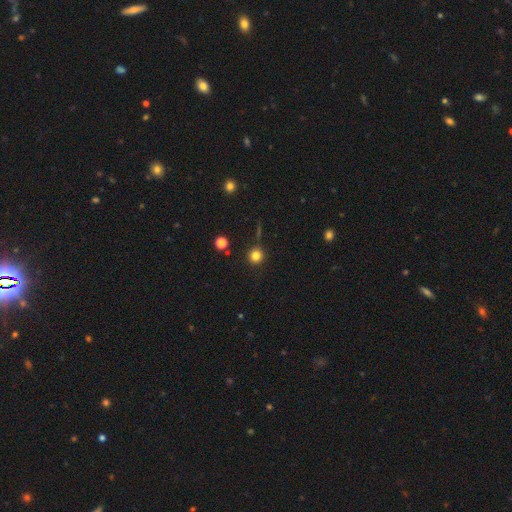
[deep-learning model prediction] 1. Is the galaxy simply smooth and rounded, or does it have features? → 81% smooth, 14% star or artifact, 6% featured or disk.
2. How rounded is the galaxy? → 93% round, 6% in between, 1% cigar-shaped.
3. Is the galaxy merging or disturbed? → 87% none, 7% minor disturbance, 4% merger, 2% major disturbance.